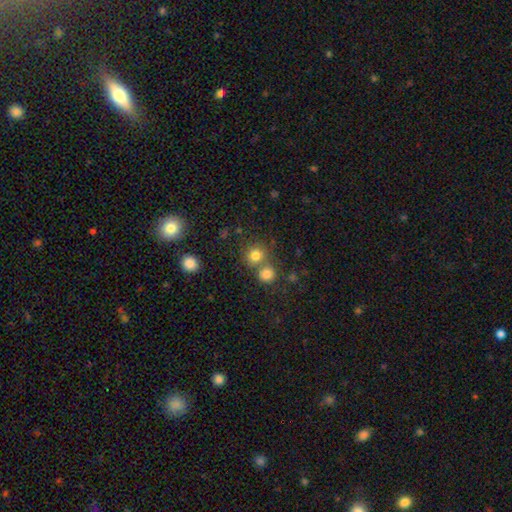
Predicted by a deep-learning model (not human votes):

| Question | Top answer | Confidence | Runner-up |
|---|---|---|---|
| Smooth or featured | smooth | 80% | star or artifact (13%) |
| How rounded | round | 87% | in between (12%) |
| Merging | none | 60% | merger (30%) |